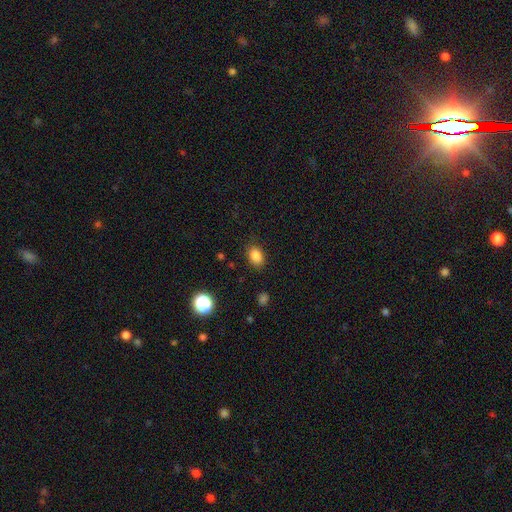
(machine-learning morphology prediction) smooth_or_featured: smooth (p=0.85) [alt: star or artifact p=0.11]
how_rounded: in between (p=0.78) [alt: round p=0.20]
merging: none (p=0.84) [alt: minor disturbance p=0.12]